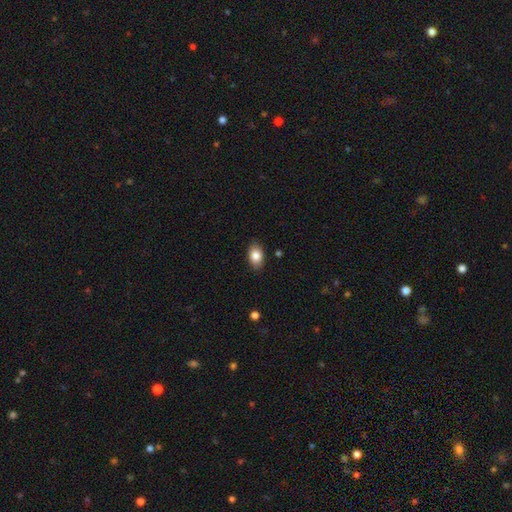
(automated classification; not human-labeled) smooth-or-featured: smooth: 84% | featured or disk: 8% | star or artifact: 8%
  how-rounded: in between: 86% | round: 13% | cigar-shaped: 1%
  merging: none: 87% | minor disturbance: 10% | major disturbance: 2% | merger: 1%